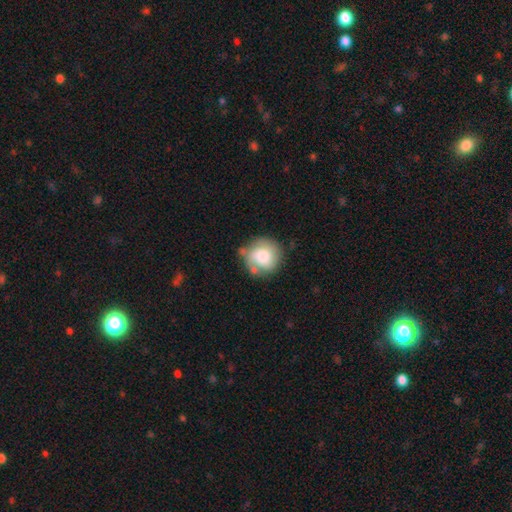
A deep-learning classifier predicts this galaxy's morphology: type=smooth (66%); roundness=round (87%); merging=none (60%).